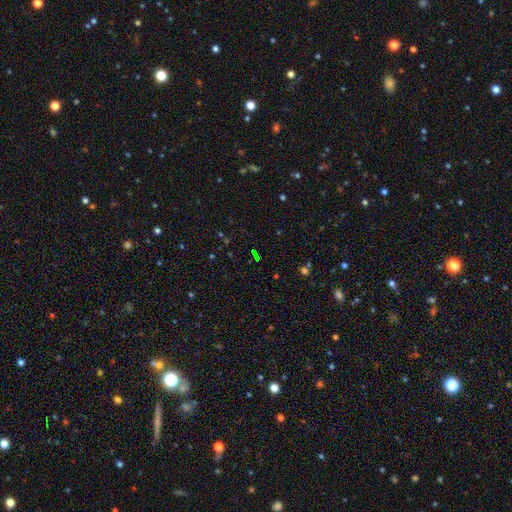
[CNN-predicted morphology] A star or artifact, not a galaxy (68%).

Vote fractions:
- Smooth or featured? star or artifact: 68% / smooth: 22% / featured or disk: 11%